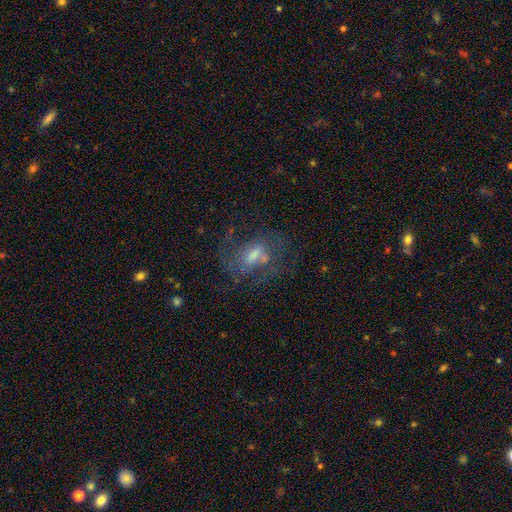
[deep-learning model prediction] smooth_or_featured: featured or disk (p=0.65) [alt: smooth p=0.20]
disk_edge_on: no (p=0.96) [alt: yes p=0.04]
bar: weak (p=0.47) [alt: no p=0.38]
has_spiral_arms: yes (p=0.79) [alt: no p=0.21]
bulge_size: moderate (p=0.46) [alt: small p=0.33]
merging: none (p=0.57) [alt: major disturbance p=0.20]